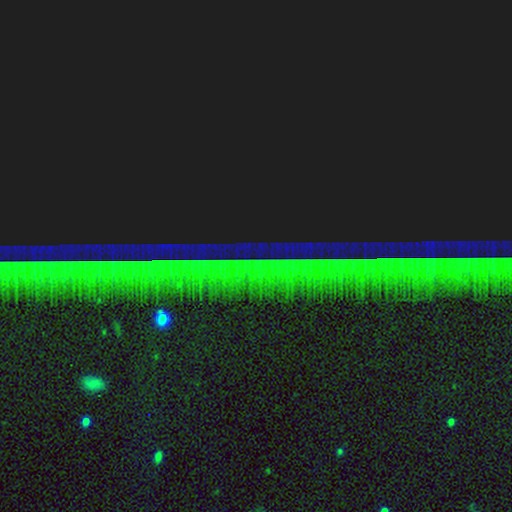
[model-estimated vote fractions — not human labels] This appears to be a star or artifact, not a galaxy (87%).